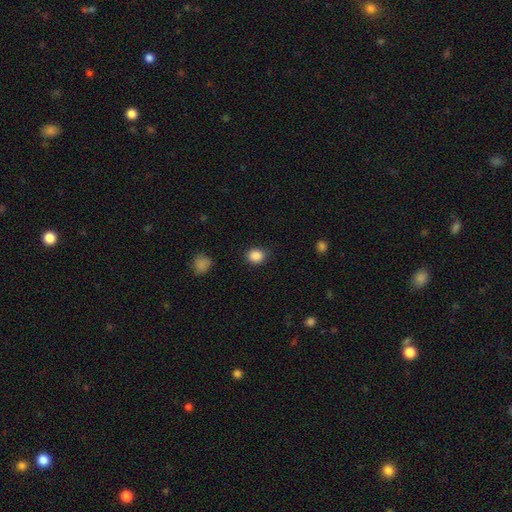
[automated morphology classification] A smooth galaxy with no disk features (87%) that is round (66%).

Vote fractions:
- Smooth or featured? smooth: 87% / star or artifact: 10% / featured or disk: 3%
- How rounded? round: 66% / in between: 33% / cigar-shaped: 1%
- Merging? none: 85% / minor disturbance: 10% / major disturbance: 3% / merger: 1%